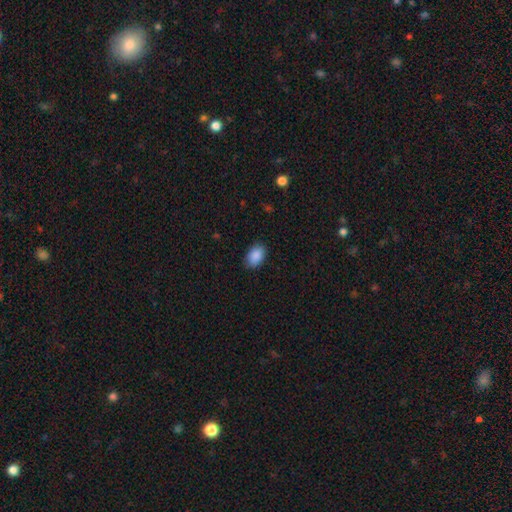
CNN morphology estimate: smooth 90%, star or artifact 7%, featured or disk 3%. Down the decision tree: how rounded — in between (88%); merging — none (85%).